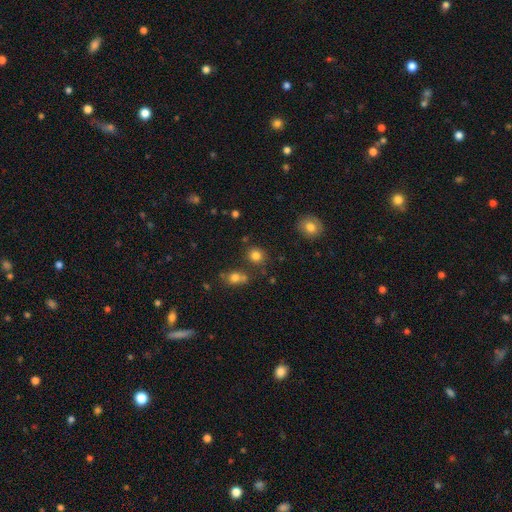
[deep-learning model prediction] Smooth or featured? smooth (81%)
How rounded? round (85%)
Merging? none (79%)